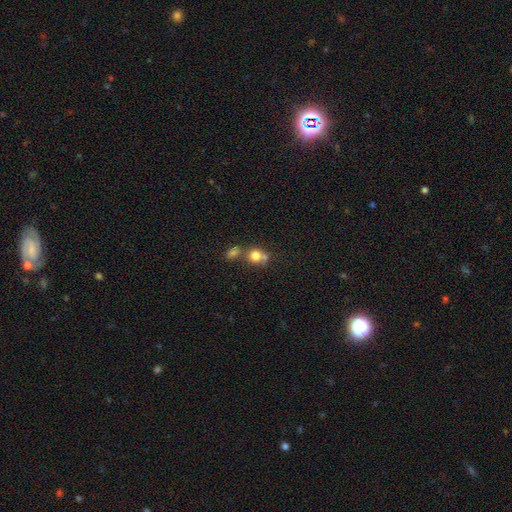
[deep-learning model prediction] smooth-or-featured: smooth: 77% | featured or disk: 12% | star or artifact: 12%
  how-rounded: round: 76% | in between: 23% | cigar-shaped: 1%
  merging: merger: 45% | none: 40% | minor disturbance: 10% | major disturbance: 5%